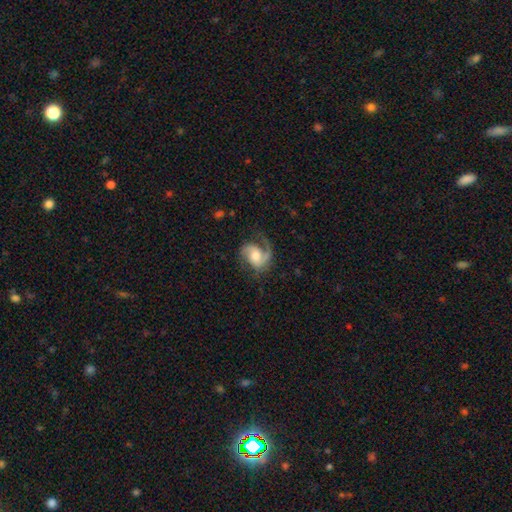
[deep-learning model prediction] Smooth or featured? Predicted: featured or disk (p=0.82). Edge-on disk? Predicted: no (p=0.98). Bar? Predicted: no (p=0.56). Spiral arms? Predicted: yes (p=0.96). Spiral winding? Predicted: medium (p=0.48). Spiral arm count? Predicted: 2 (p=0.58). Bulge size? Predicted: moderate (p=0.57). Merging? Predicted: none (p=0.59).